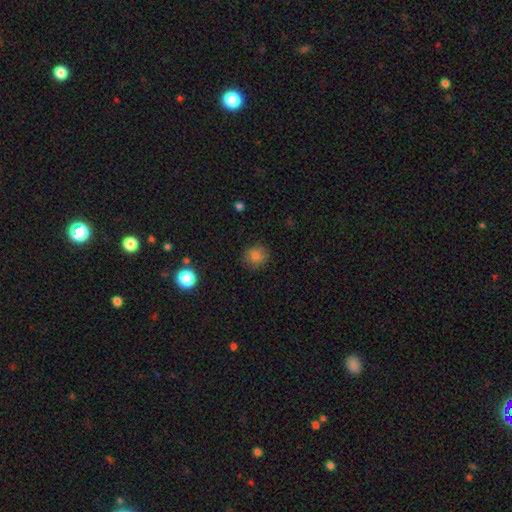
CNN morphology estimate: smooth_or_featured: smooth (p=0.83) [alt: star or artifact p=0.11]
how_rounded: round (p=0.85) [alt: in between p=0.14]
merging: none (p=0.85) [alt: minor disturbance p=0.11]